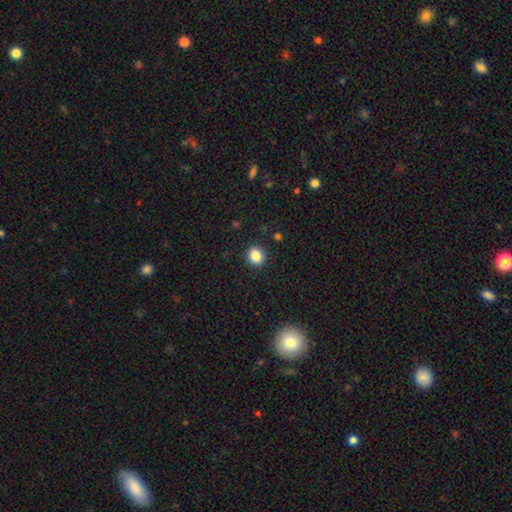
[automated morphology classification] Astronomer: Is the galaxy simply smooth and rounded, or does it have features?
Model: smooth — 85%.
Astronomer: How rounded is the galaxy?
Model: round — 79%.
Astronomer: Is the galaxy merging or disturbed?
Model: none — 91%.